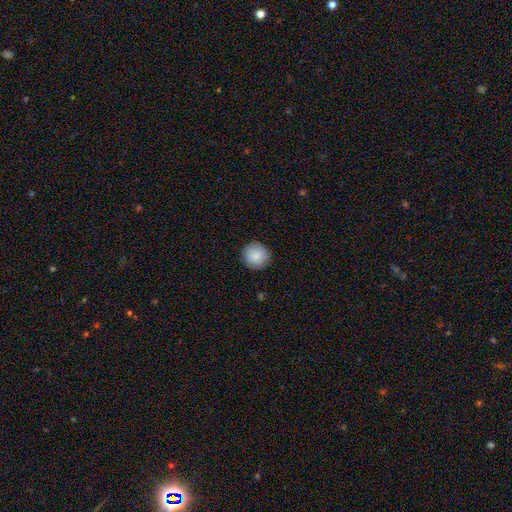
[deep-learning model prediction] This appears to be a smooth galaxy with no disk features (87%) that is round (94%). Merging: none (91%).